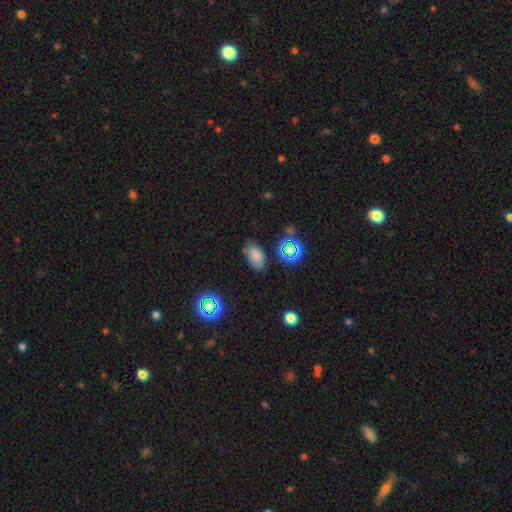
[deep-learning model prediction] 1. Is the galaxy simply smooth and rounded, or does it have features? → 75% smooth, 16% star or artifact, 9% featured or disk.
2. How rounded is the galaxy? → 91% in between, 6% round, 2% cigar-shaped.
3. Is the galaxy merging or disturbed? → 74% none, 18% minor disturbance, 4% major disturbance, 4% merger.